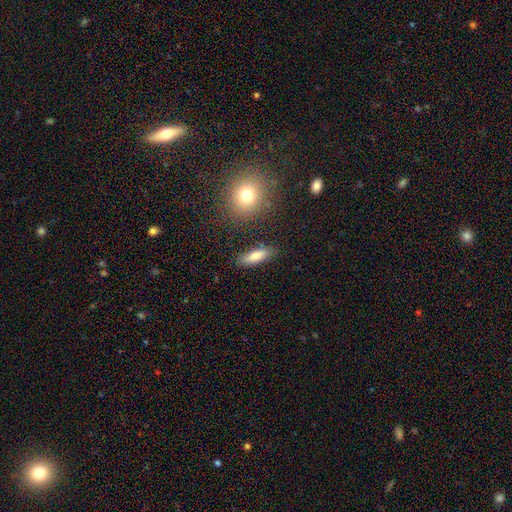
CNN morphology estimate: Q: Smooth or featured?
A: smooth (79%); runner-up: featured or disk (14%)
Q: How rounded?
A: in between (54%); runner-up: cigar-shaped (43%)
Q: Merging?
A: none (81%); runner-up: minor disturbance (12%)